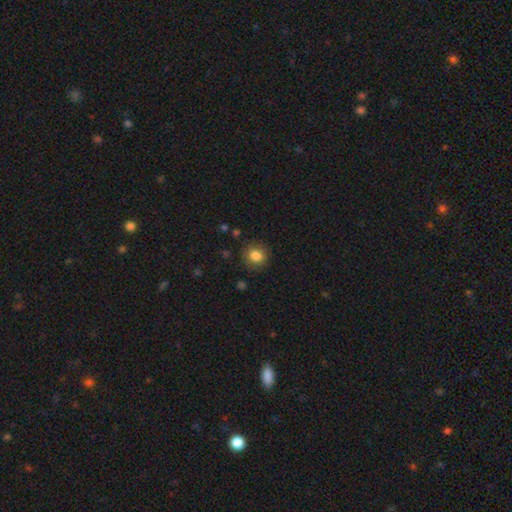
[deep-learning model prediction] A smooth galaxy with no disk features (84%) that is round (82%). Merging: none (87%).